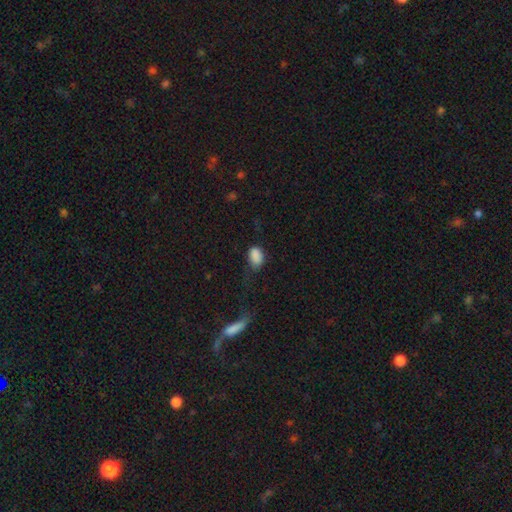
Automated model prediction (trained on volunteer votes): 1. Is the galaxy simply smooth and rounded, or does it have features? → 86% smooth, 9% star or artifact, 5% featured or disk.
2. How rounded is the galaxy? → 84% in between, 14% round, 2% cigar-shaped.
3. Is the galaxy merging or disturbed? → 49% none, 30% minor disturbance, 17% major disturbance, 4% merger.